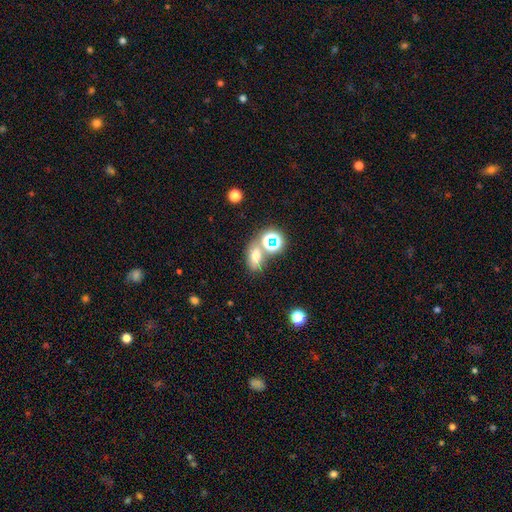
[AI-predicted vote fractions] Morphology: type=smooth (63%); roundness=in between (71%); merging=none (56%).